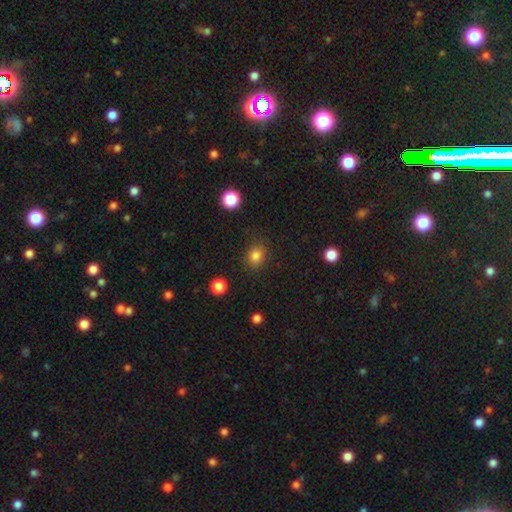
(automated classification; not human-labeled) Overall: smooth (83%). How rounded: round (64%; in between 35%). Merging: none (86%).